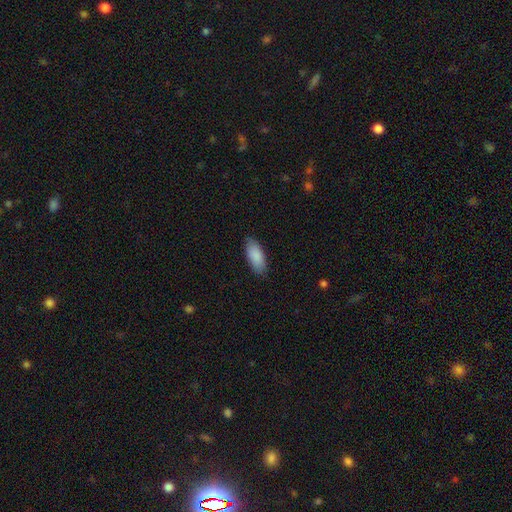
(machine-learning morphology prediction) This is clearly a smooth galaxy (89%). How rounded: clearly in between (86%). Merging: clearly none (83%).